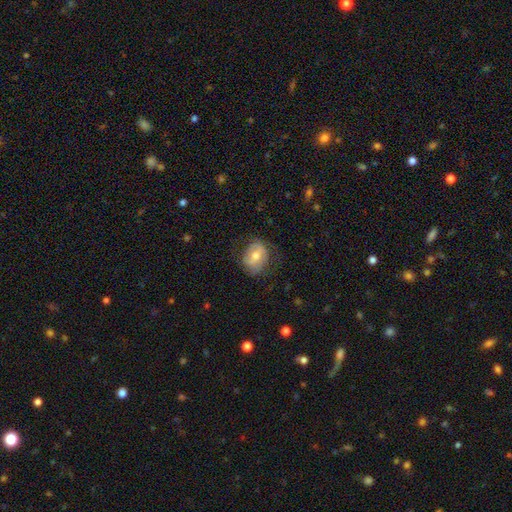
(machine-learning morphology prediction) The model was most divided on "how rounded": in between: 55%, round: 43%, cigar-shaped: 1%. More confident: merging — none (68%); smooth or featured — smooth (54%).